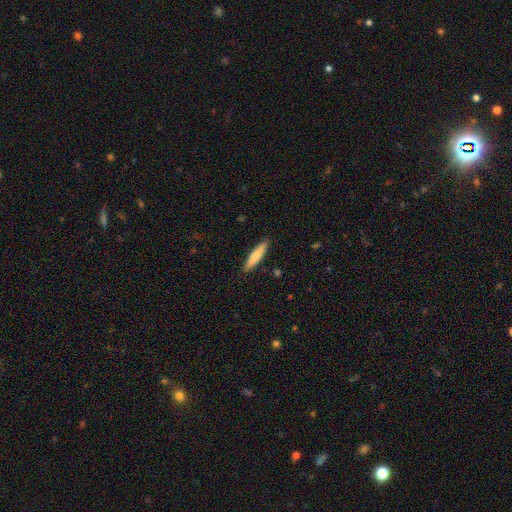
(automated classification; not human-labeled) Overall: smooth (76%). How rounded: cigar-shaped (77%). Merging: none (89%).